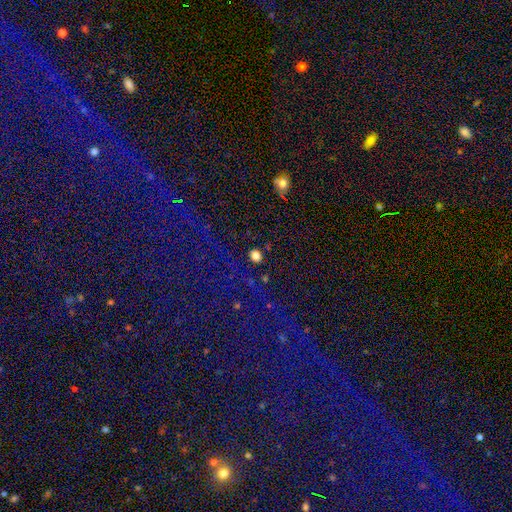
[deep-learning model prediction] A smooth galaxy with no disk features (78%) that is round (69%).

Vote fractions:
- Smooth or featured? smooth: 78% / star or artifact: 17% / featured or disk: 5%
- How rounded? round: 69% / in between: 29% / cigar-shaped: 1%
- Merging? none: 87% / minor disturbance: 8% / major disturbance: 3% / merger: 2%